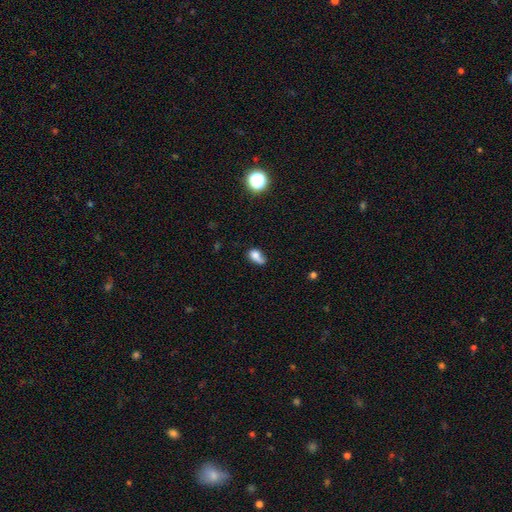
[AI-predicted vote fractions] Smooth or featured?
  - smooth: 73% *
  - featured or disk: 16%
  - star or artifact: 11%
How rounded?
  - in between: 80% *
  - round: 16%
  - cigar-shaped: 4%
Merging?
  - none: 35% *
  - minor disturbance: 33%
  - major disturbance: 22%
  - merger: 10%